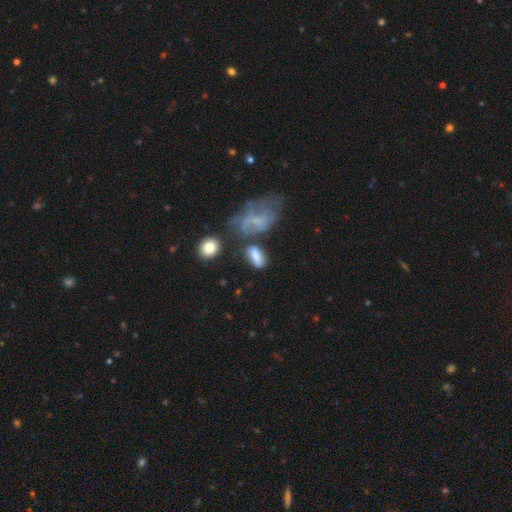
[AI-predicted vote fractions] Smooth or featured?
  - smooth: 73% *
  - featured or disk: 17%
  - star or artifact: 11%
How rounded?
  - in between: 82% *
  - cigar-shaped: 9%
  - round: 8%
Merging?
  - none: 50% *
  - minor disturbance: 19%
  - merger: 17%
  - major disturbance: 14%